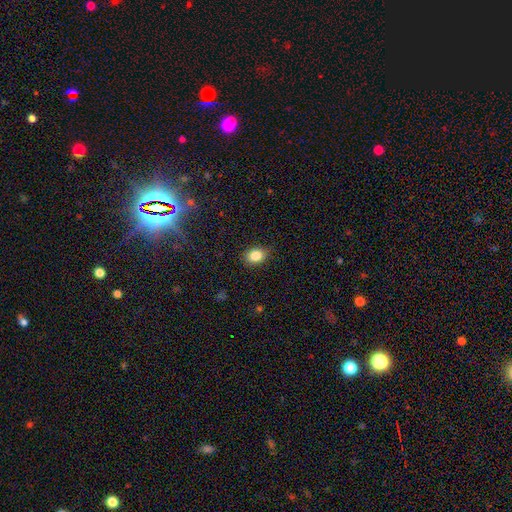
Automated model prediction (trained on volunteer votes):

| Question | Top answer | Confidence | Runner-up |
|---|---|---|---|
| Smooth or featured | smooth | 85% | star or artifact (9%) |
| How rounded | in between | 60% | round (39%) |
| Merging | none | 86% | minor disturbance (11%) |